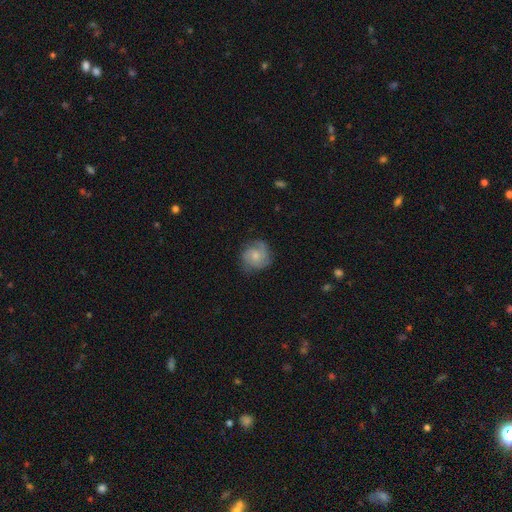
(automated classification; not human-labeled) Smooth or featured? featured or disk (52%)
Edge-on disk? no (98%)
Bar? no (76%)
Spiral arms? yes (88%)
Bulge size? small (56%)
Merging? none (70%)